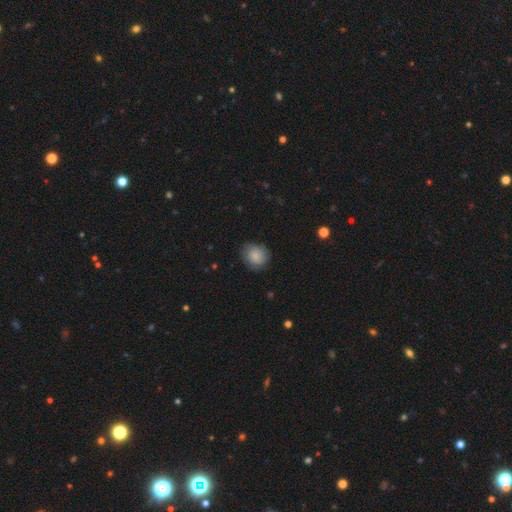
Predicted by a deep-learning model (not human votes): The model was most divided on "how rounded": round: 76%, in between: 23%, cigar-shaped: 1%. More confident: smooth or featured — smooth (83%); merging — none (76%).